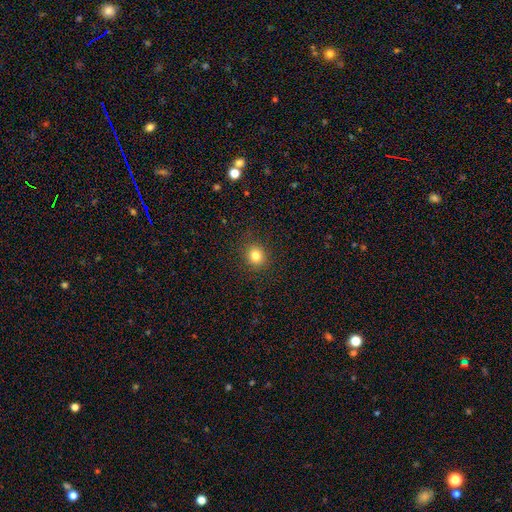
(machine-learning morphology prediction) This is clearly a smooth galaxy (81%). How rounded: clearly round (80%). Merging: clearly none (89%).